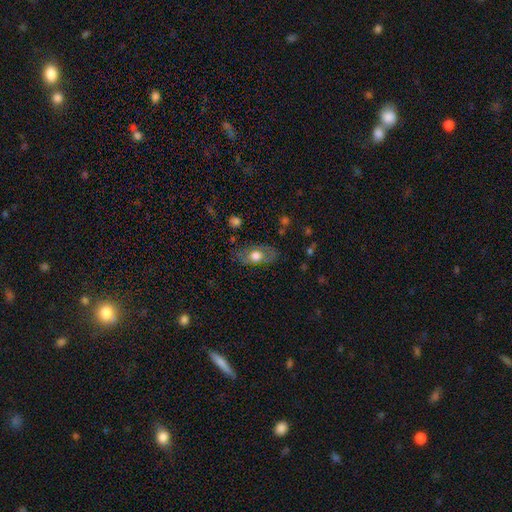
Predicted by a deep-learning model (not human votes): Morphology: type=smooth (61%); roundness=in between (83%); merging=none (73%).